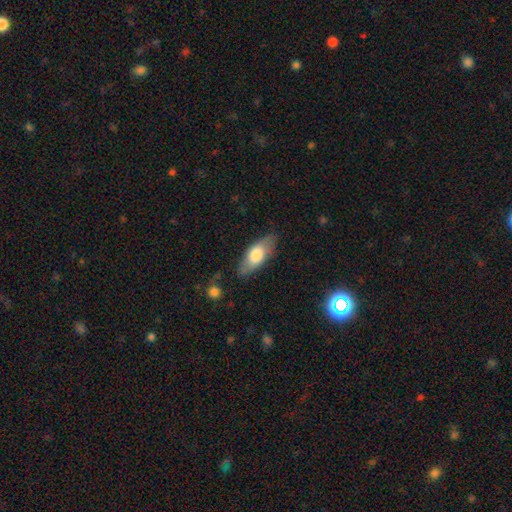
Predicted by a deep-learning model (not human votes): Smooth or featured? Predicted: smooth (p=0.68). How rounded? Predicted: in between (p=0.77). Merging? Predicted: none (p=0.77).